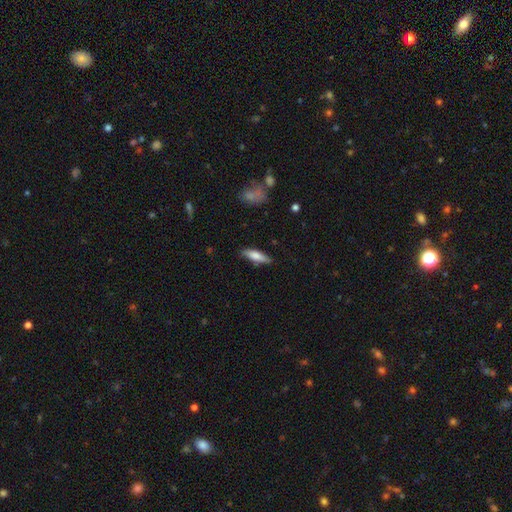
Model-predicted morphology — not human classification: smooth 73%, featured or disk 21%, star or artifact 6%. Down the decision tree: how rounded — cigar-shaped (58%); merging — none (80%).